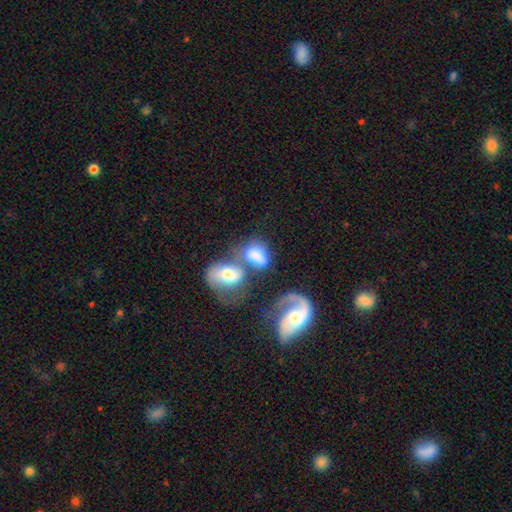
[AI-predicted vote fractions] smooth-or-featured: smooth: 63% | featured or disk: 29% | star or artifact: 9%
  how-rounded: in between: 77% | round: 21% | cigar-shaped: 2%
  merging: merger: 59% | none: 19% | major disturbance: 11% | minor disturbance: 11%